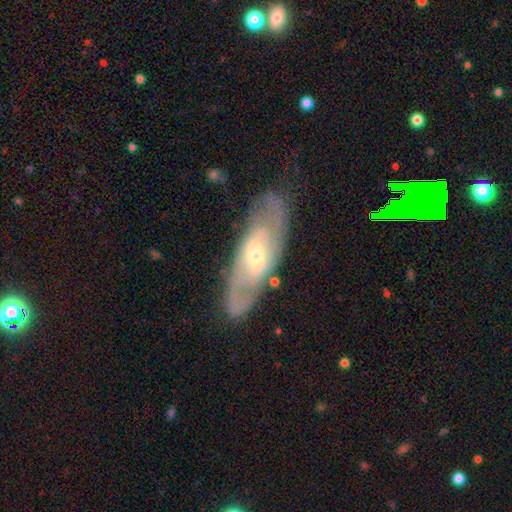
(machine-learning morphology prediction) The model was most divided on "bar": weak: 42%, no: 39%, strong: 18%. Remaining: edge-on disk — no (82%); spiral arms — yes (82%); merging — none (79%); smooth or featured — featured or disk (77%); spiral arm count — 2 (60%); bulge size — small (56%); spiral winding — tight (45%).